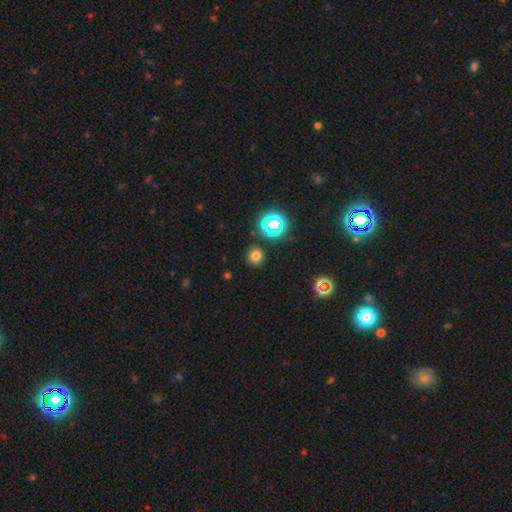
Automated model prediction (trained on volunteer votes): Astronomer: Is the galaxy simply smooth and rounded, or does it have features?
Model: smooth — 71%.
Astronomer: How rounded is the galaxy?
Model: round — 88%.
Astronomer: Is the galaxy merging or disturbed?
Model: none — 88%.